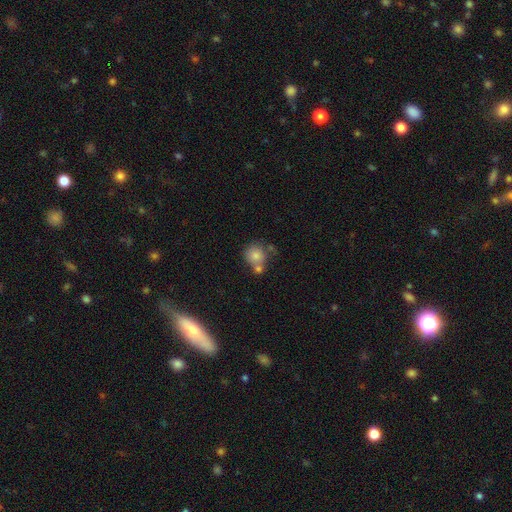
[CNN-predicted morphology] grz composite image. It shows a smooth galaxy with no disk features (77%) that is round (85%). Merging: none (47%).